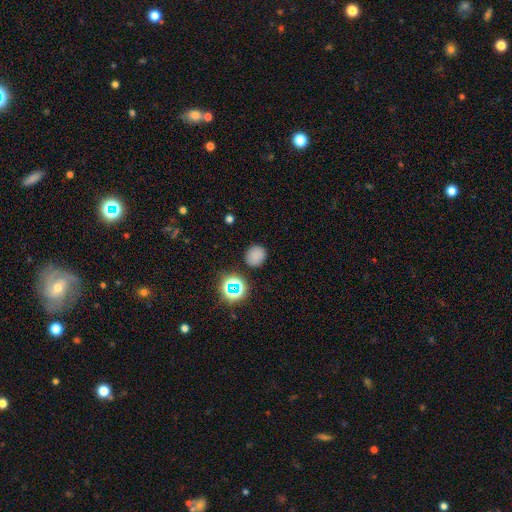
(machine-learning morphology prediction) Smooth or featured?
  - smooth: 76% *
  - star or artifact: 19%
  - featured or disk: 5%
How rounded?
  - round: 83% *
  - in between: 15%
  - cigar-shaped: 1%
Merging?
  - none: 86% *
  - minor disturbance: 9%
  - major disturbance: 3%
  - merger: 3%